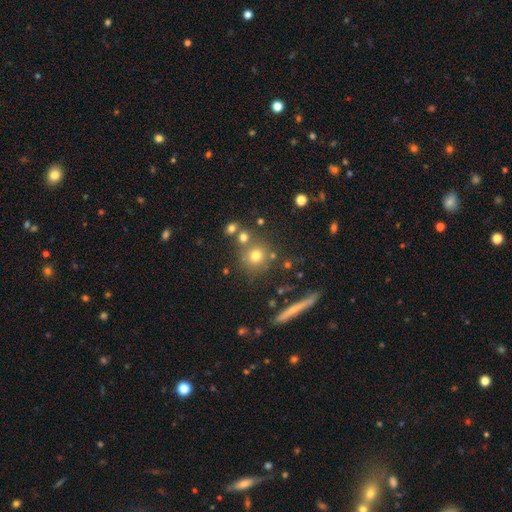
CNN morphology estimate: Smooth or featured?
  - smooth: 70% *
  - star or artifact: 16%
  - featured or disk: 14%
How rounded?
  - round: 90% *
  - in between: 8%
  - cigar-shaped: 2%
Merging?
  - none: 73% *
  - merger: 13%
  - minor disturbance: 10%
  - major disturbance: 4%